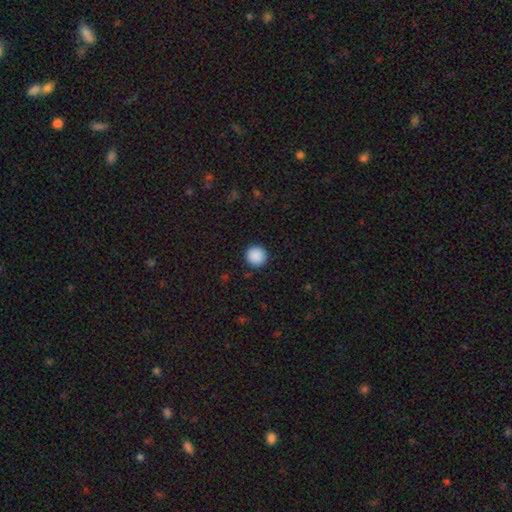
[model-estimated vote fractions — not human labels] A smooth galaxy with no disk features (89%) that is round (95%).

Vote fractions:
- Smooth or featured? smooth: 89% / star or artifact: 8% / featured or disk: 2%
- How rounded? round: 95% / in between: 4% / cigar-shaped: 1%
- Merging? none: 92% / minor disturbance: 5% / major disturbance: 2% / merger: 1%